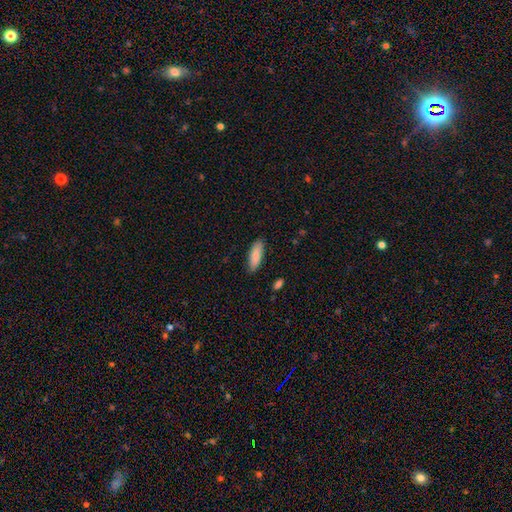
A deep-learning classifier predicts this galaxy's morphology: smooth_or_featured: smooth (p=0.87) [alt: featured or disk p=0.07]
how_rounded: in between (p=0.60) [alt: cigar-shaped p=0.39]
merging: none (p=0.86) [alt: minor disturbance p=0.11]